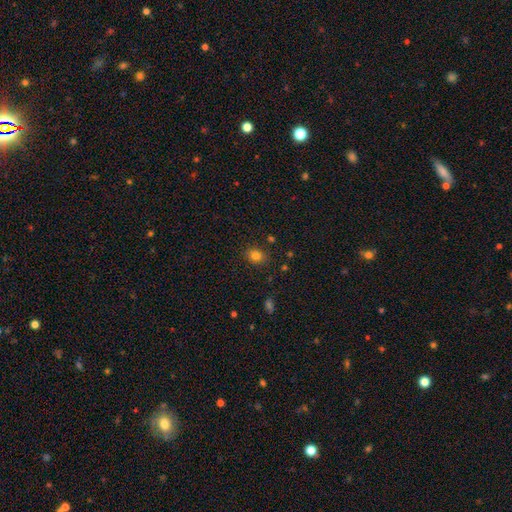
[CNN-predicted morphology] Q: Smooth or featured?
A: smooth (80%); runner-up: star or artifact (13%)
Q: How rounded?
A: round (53%); runner-up: in between (46%)
Q: Merging?
A: none (83%); runner-up: minor disturbance (12%)